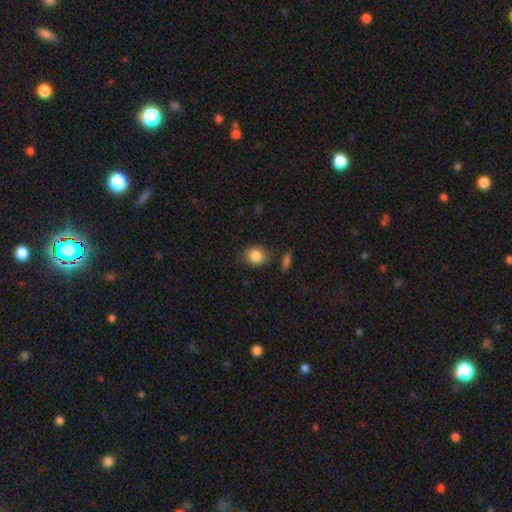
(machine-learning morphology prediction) The model was most divided on "how rounded": round: 64%, in between: 35%, cigar-shaped: 1%. More confident: smooth or featured — smooth (86%); merging — none (78%).